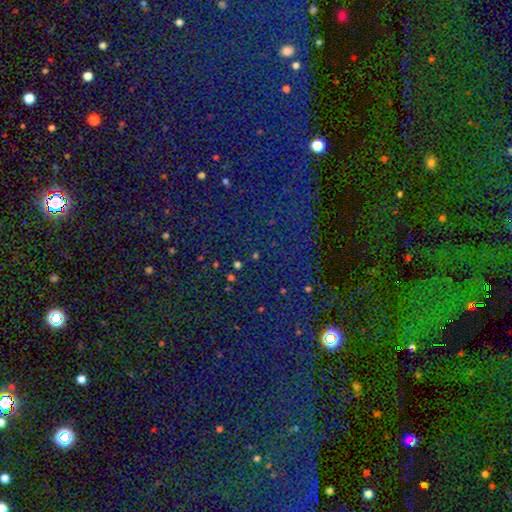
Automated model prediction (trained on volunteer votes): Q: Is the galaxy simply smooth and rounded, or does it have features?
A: star or artifact — 75%.